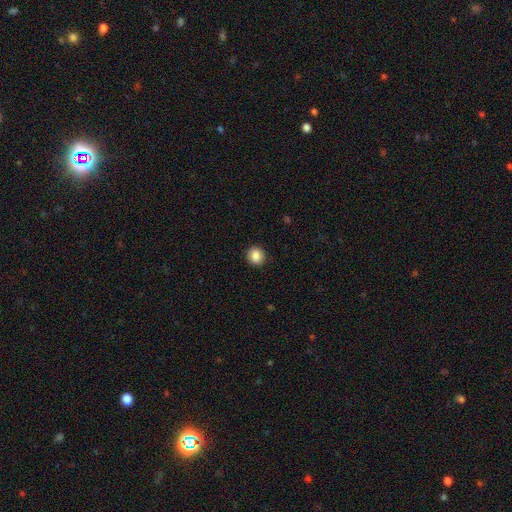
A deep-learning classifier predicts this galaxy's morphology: The model was most divided on "how rounded": round: 86%, in between: 13%, cigar-shaped: 1%. More confident: merging — none (91%); smooth or featured — smooth (87%).